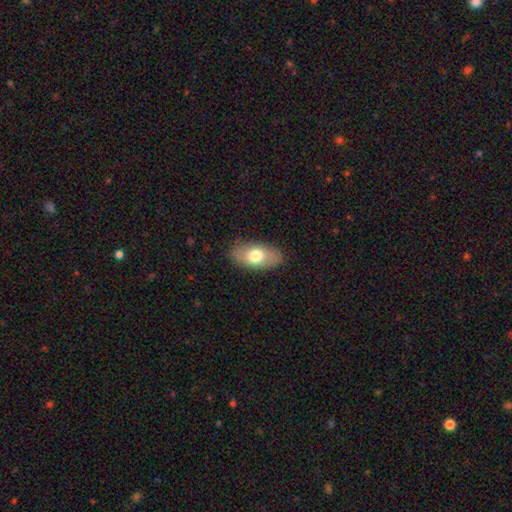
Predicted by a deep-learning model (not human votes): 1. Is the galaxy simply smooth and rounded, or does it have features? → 70% smooth, 23% featured or disk, 6% star or artifact.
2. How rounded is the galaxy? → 92% in between, 4% round, 4% cigar-shaped.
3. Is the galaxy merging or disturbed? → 86% none, 11% minor disturbance, 3% major disturbance, 1% merger.